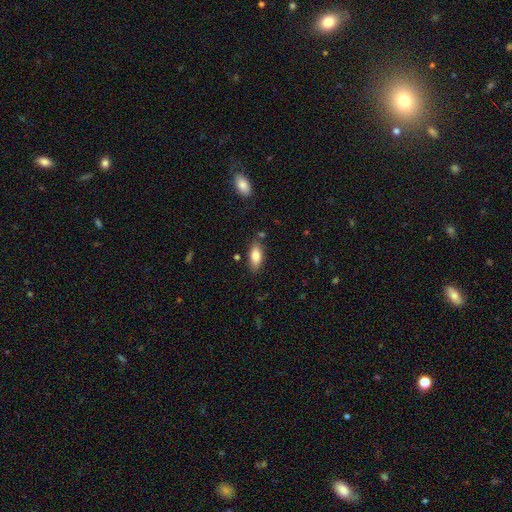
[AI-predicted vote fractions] Smooth or featured? Predicted: smooth (p=0.83). How rounded? Predicted: in between (p=0.86). Merging? Predicted: none (p=0.80).